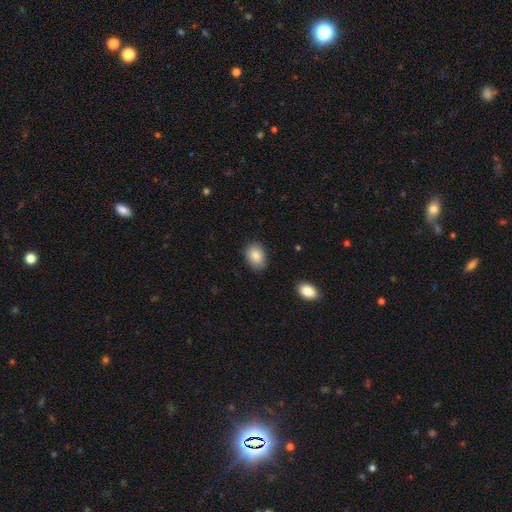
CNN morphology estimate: Smooth or featured? Predicted: smooth (p=0.86). How rounded? Predicted: in between (p=0.79). Merging? Predicted: none (p=0.83).